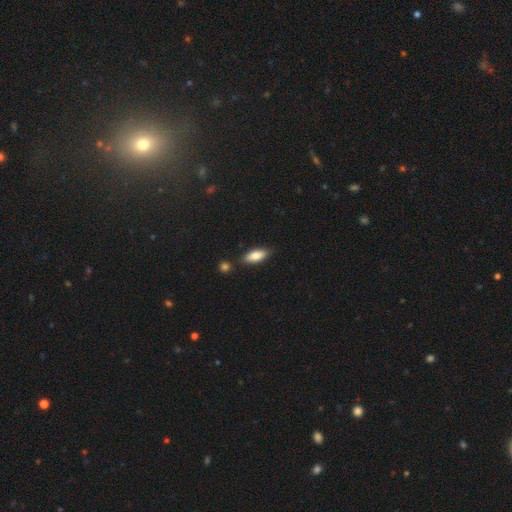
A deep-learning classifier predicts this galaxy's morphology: smooth-or-featured: smooth: 82% | featured or disk: 12% | star or artifact: 6%
  how-rounded: in between: 79% | cigar-shaped: 19% | round: 2%
  merging: none: 79% | minor disturbance: 13% | merger: 6% | major disturbance: 3%